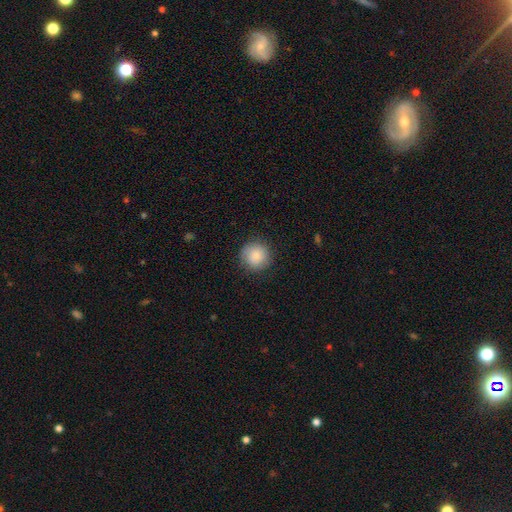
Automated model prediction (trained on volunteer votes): The model was most divided on "merging": none: 87%, minor disturbance: 9%, major disturbance: 3%, merger: 1%. More confident: how rounded — round (94%); smooth or featured — smooth (86%).